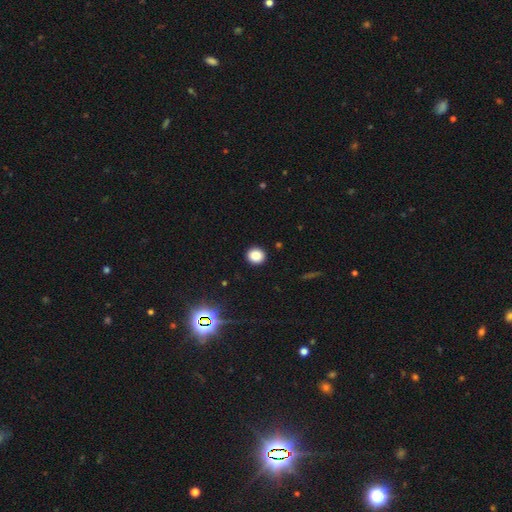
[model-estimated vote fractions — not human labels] A smooth galaxy with no disk features (85%) that is round (86%). Merging: none (92%).